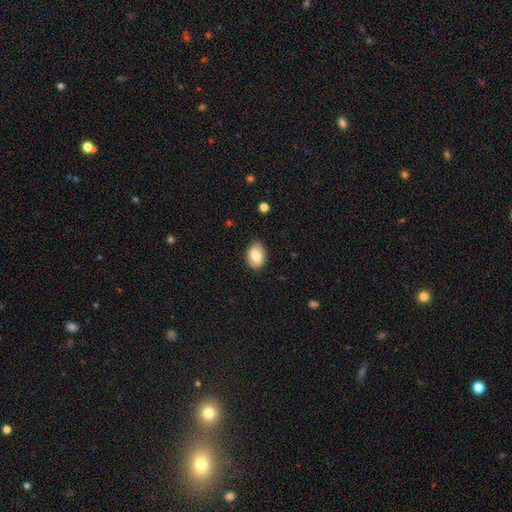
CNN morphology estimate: The model was most divided on "smooth or featured": smooth: 74%, featured or disk: 19%, star or artifact: 7%. More confident: how rounded — in between (86%); merging — none (82%).